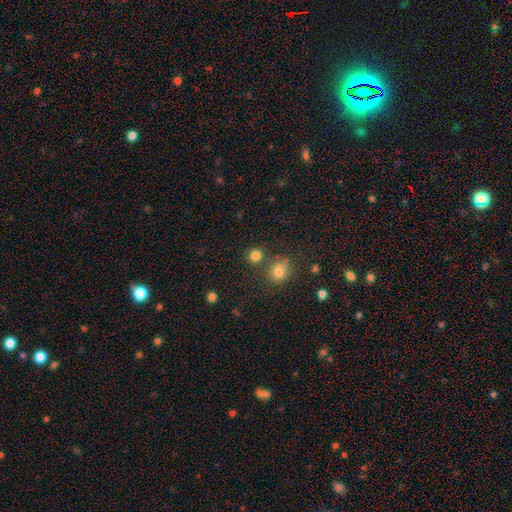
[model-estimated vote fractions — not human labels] Q: Smooth or featured?
A: smooth (81%); runner-up: star or artifact (14%)
Q: How rounded?
A: round (84%); runner-up: in between (15%)
Q: Merging?
A: none (77%); runner-up: merger (12%)